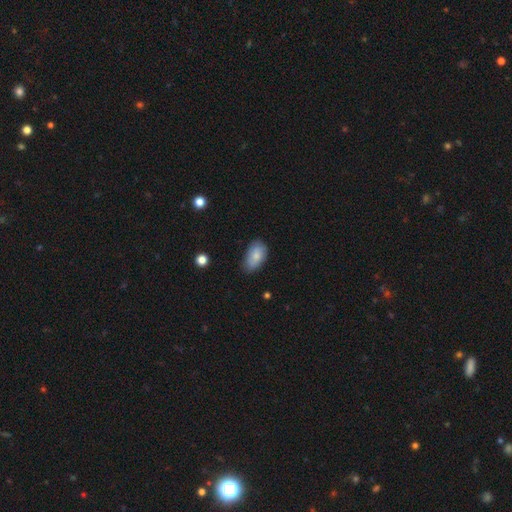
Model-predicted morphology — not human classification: A smooth galaxy with no disk features (81%) that is in between round and cigar-shaped (93%).

Vote fractions:
- Smooth or featured? smooth: 81% / featured or disk: 12% / star or artifact: 7%
- How rounded? in between: 93% / round: 5% / cigar-shaped: 2%
- Merging? none: 66% / minor disturbance: 29% / major disturbance: 4% / merger: 1%